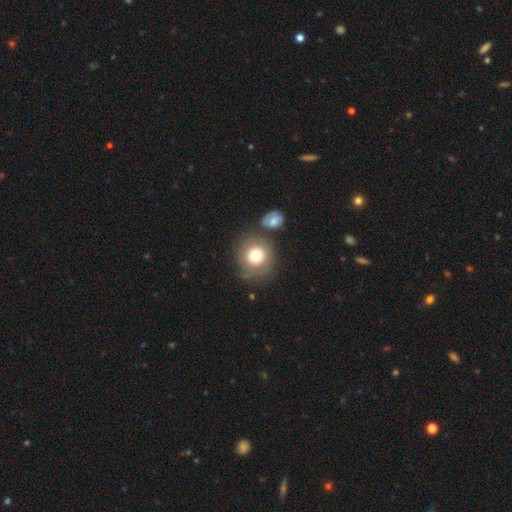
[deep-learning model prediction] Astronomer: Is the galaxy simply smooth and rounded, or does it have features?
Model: smooth — 72%.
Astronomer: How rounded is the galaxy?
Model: round — 89%.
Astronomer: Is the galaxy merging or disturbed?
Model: none — 66%.